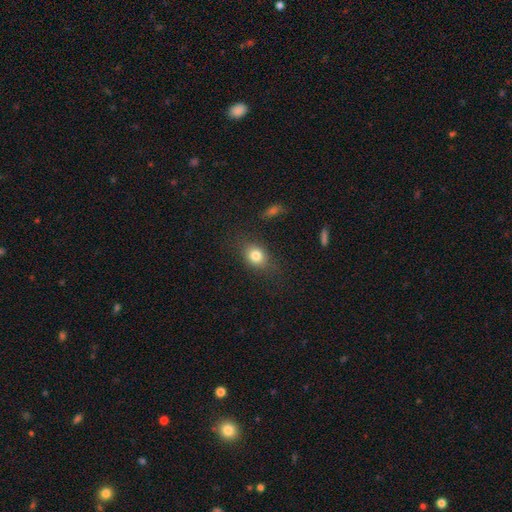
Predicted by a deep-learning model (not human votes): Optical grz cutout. It shows a smooth galaxy with no disk features (80%) that is in between round and cigar-shaped (54%). Merging: none (78%).